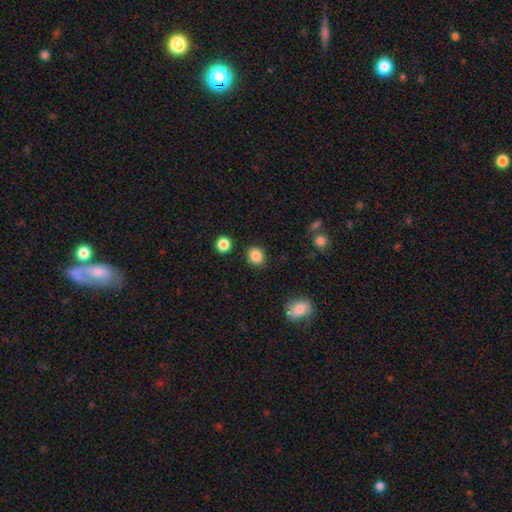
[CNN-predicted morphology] smooth 86%, star or artifact 10%, featured or disk 4%. Down the decision tree: how rounded — round (66%); merging — none (88%).